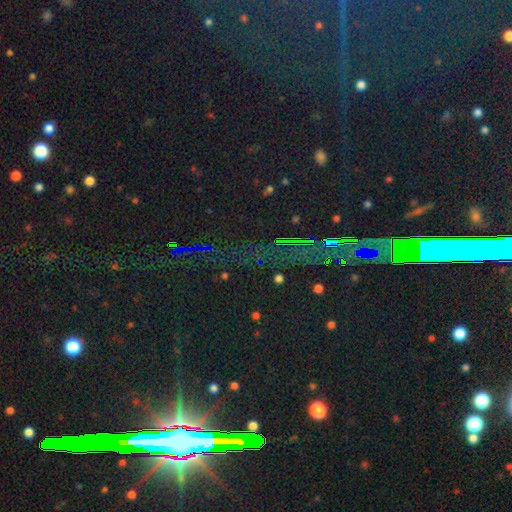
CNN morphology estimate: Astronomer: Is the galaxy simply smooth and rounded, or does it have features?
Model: star or artifact — 84%.